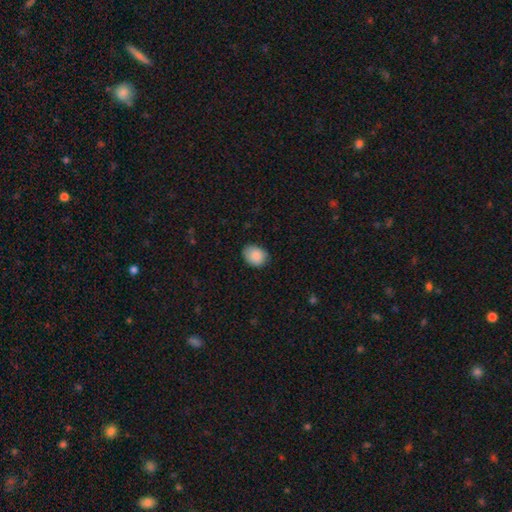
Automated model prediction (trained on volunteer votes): This appears to be a smooth galaxy with no disk features (88%) that is in between round and cigar-shaped (60%). Merging: none (79%).